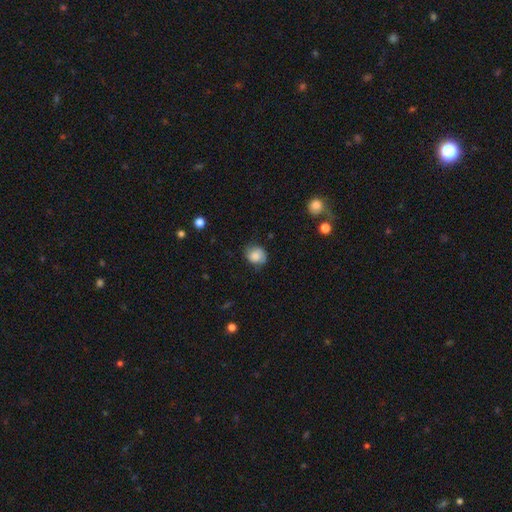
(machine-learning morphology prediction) Smooth or featured?
  - smooth: 73% *
  - featured or disk: 18%
  - star or artifact: 9%
How rounded?
  - round: 70% *
  - in between: 30%
  - cigar-shaped: 1%
Merging?
  - none: 68% *
  - minor disturbance: 24%
  - major disturbance: 6%
  - merger: 1%